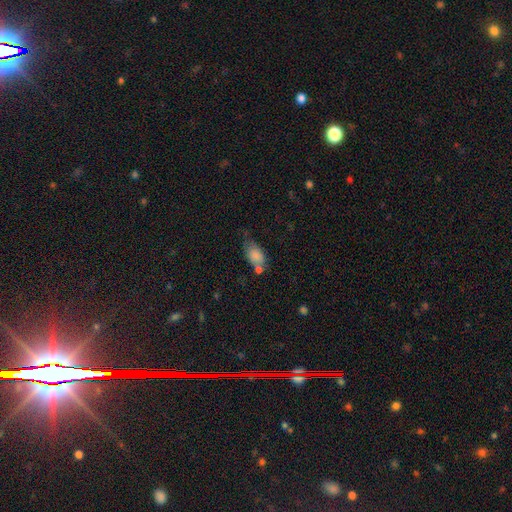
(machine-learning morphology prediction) Smooth or featured? smooth (79%)
How rounded? in between (88%)
Merging? none (35%)